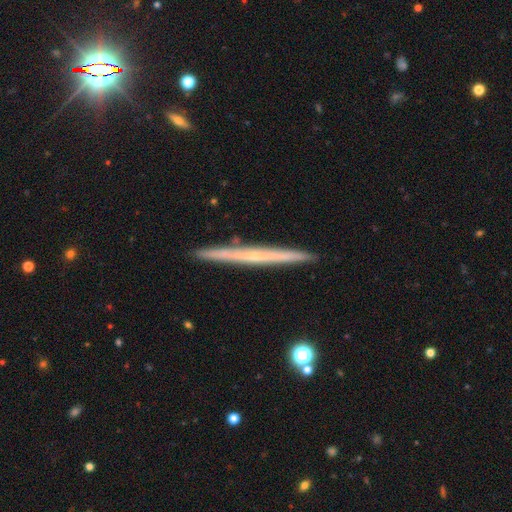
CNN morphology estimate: The model was most divided on "edge-on bulge": none: 66%, rounded: 31%, boxy: 3%. More confident: edge-on disk — yes (97%); merging — none (92%); smooth or featured — featured or disk (67%).